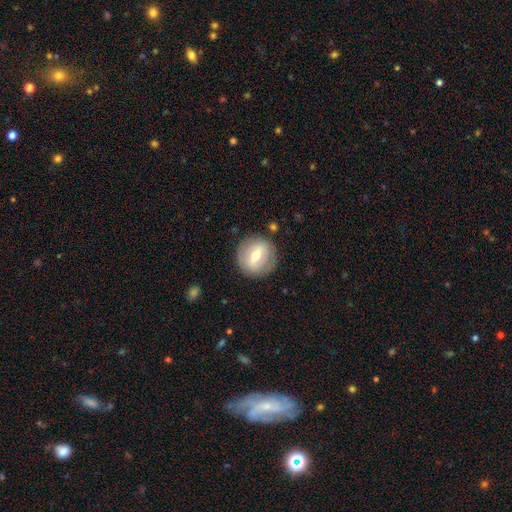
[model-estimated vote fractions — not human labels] This is possibly a smooth galaxy (50%). How rounded: clearly round (89%). Merging: clearly none (84%).